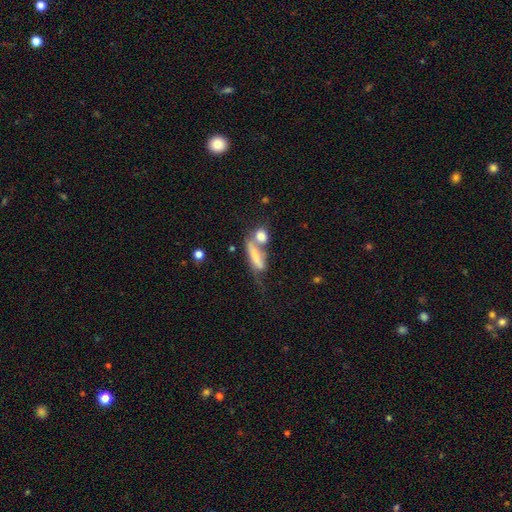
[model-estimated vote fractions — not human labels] This is possibly a smooth galaxy (60%). How rounded: possibly cigar-shaped (52%). Merging: marginally merger (45%).